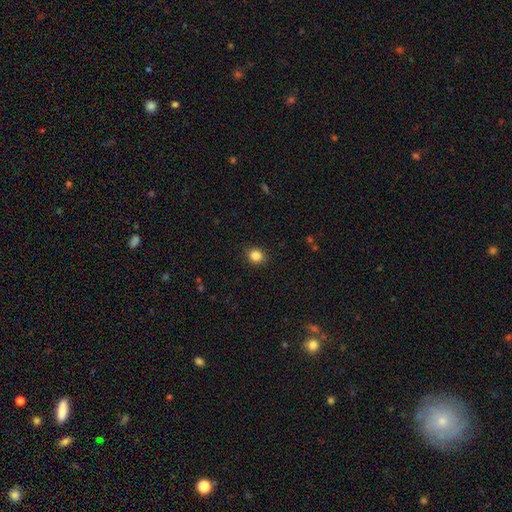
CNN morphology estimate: Smooth or featured?
  - smooth: 85% *
  - star or artifact: 11%
  - featured or disk: 4%
How rounded?
  - round: 72% *
  - in between: 27%
  - cigar-shaped: 1%
Merging?
  - none: 90% *
  - minor disturbance: 7%
  - major disturbance: 2%
  - merger: 1%